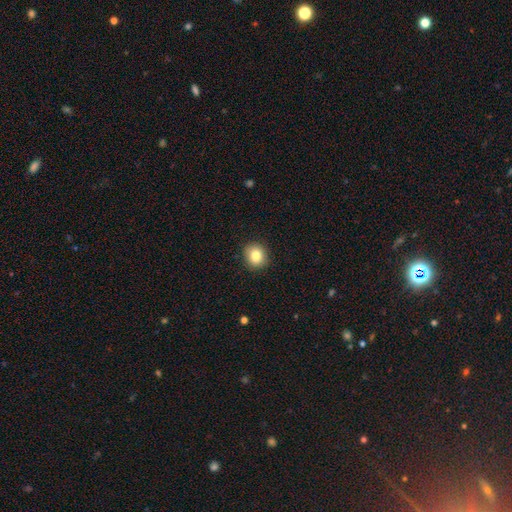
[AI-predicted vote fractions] This appears to be a smooth galaxy with no disk features (83%) that is round (82%). Merging: none (91%).